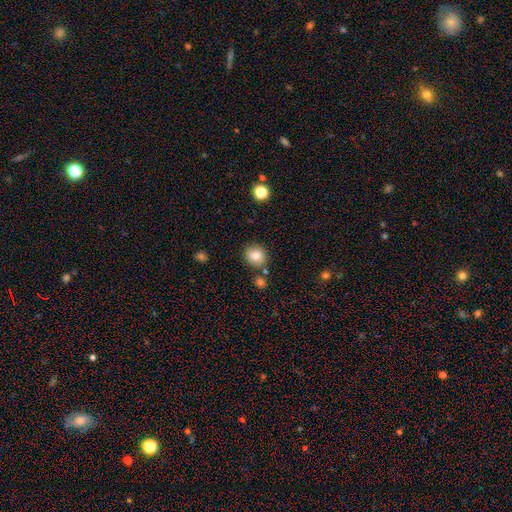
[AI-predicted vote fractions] smooth_or_featured: smooth (p=0.83) [alt: star or artifact p=0.10]
how_rounded: round (p=0.79) [alt: in between p=0.20]
merging: none (p=0.79) [alt: minor disturbance p=0.10]